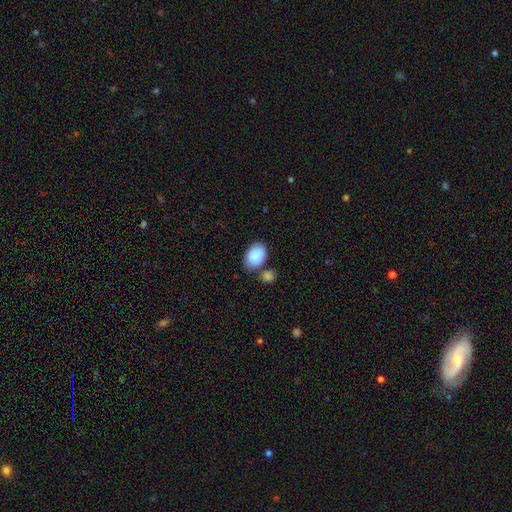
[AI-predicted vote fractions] A smooth galaxy with no disk features (87%) that is in between round and cigar-shaped (84%).

Vote fractions:
- Smooth or featured? smooth: 87% / star or artifact: 7% / featured or disk: 6%
- How rounded? in between: 84% / round: 15% / cigar-shaped: 1%
- Merging? none: 58% / merger: 19% / minor disturbance: 17% / major disturbance: 5%